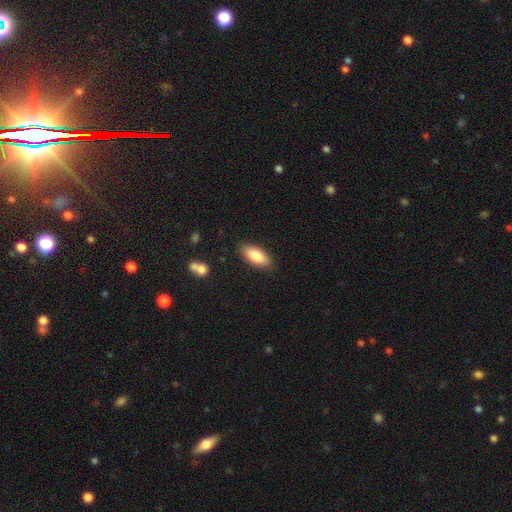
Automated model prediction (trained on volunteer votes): Morphology: type=smooth (84%); roundness=in between (84%); merging=none (86%).